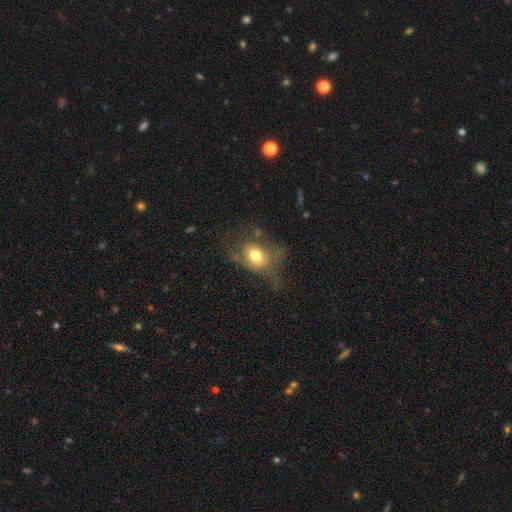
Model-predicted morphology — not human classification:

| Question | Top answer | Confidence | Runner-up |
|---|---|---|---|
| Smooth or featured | smooth | 68% | featured or disk (22%) |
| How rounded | in between | 60% | round (38%) |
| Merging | none | 40% | major disturbance (29%) |